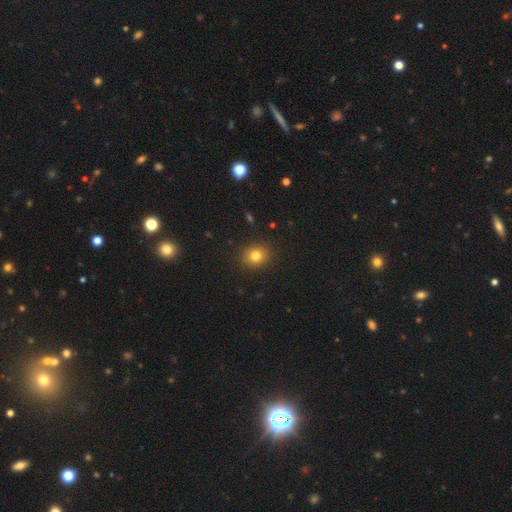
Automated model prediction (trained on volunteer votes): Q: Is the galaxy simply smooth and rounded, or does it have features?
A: smooth — 79%.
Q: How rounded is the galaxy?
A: round — 77%.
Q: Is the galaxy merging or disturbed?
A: none — 89%.